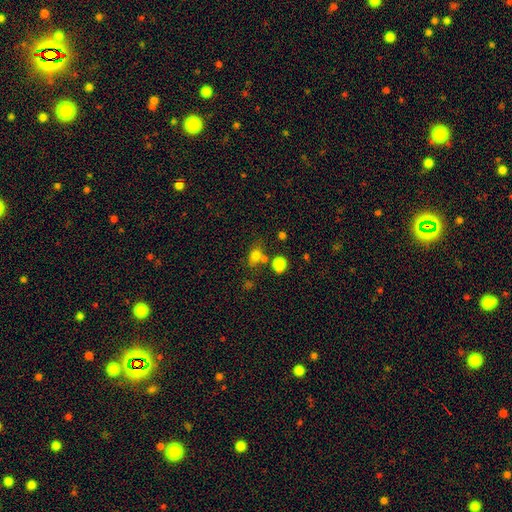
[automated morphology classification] Smooth or featured? smooth (76%)
How rounded? in between (54%)
Merging? none (54%)